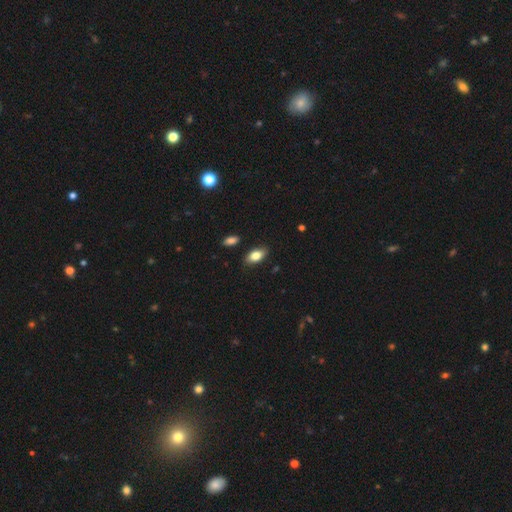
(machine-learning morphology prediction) The model was most divided on "smooth or featured": smooth: 81%, featured or disk: 12%, star or artifact: 7%. More confident: how rounded — in between (89%); merging — none (84%).